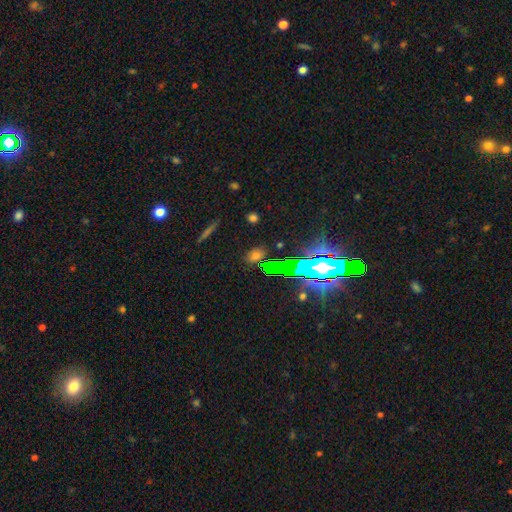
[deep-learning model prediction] This appears to be a smooth galaxy with no disk features (59%) that is in between round and cigar-shaped (62%). Merging: none (80%).